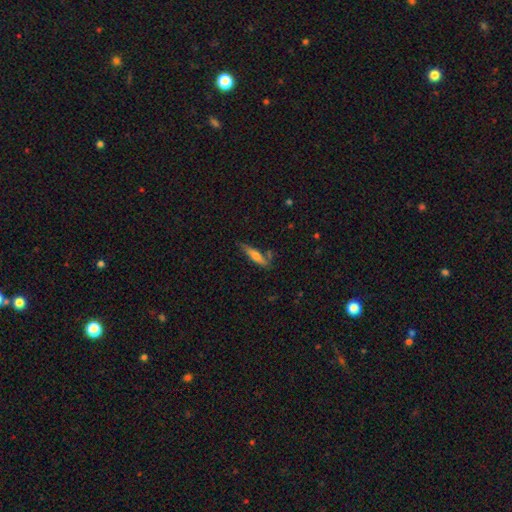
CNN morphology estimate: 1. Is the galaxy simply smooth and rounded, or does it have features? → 52% smooth, 41% featured or disk, 7% star or artifact.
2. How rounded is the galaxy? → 80% cigar-shaped, 18% in between, 2% round.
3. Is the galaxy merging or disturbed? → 68% none, 20% minor disturbance, 7% merger, 5% major disturbance.